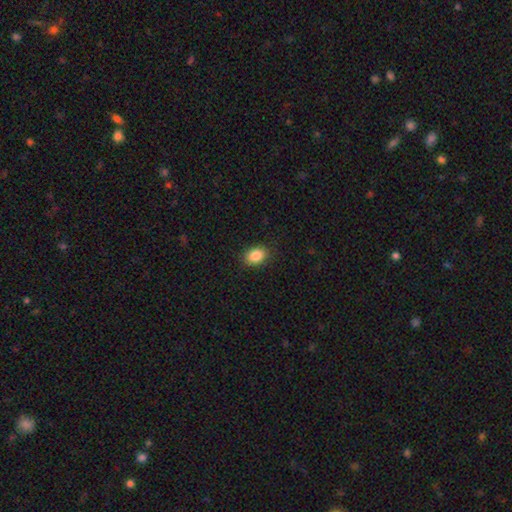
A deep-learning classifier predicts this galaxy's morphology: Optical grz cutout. It shows a smooth galaxy with no disk features (87%) that is in between round and cigar-shaped (73%). Merging: none (88%).